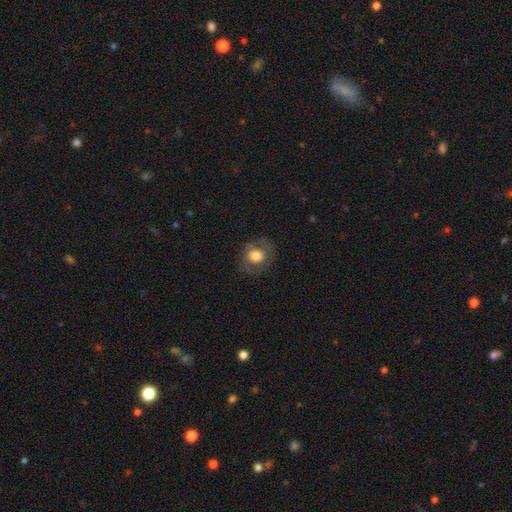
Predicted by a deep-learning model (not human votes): smooth_or_featured: smooth (p=0.66) [alt: featured or disk p=0.25]
how_rounded: round (p=0.73) [alt: in between p=0.26]
merging: none (p=0.76) [alt: minor disturbance p=0.15]